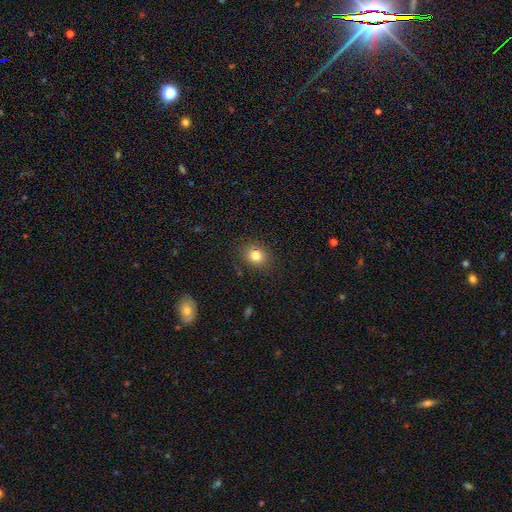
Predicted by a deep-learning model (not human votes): Smooth or featured?
  - smooth: 81% *
  - star or artifact: 12%
  - featured or disk: 7%
How rounded?
  - round: 66% *
  - in between: 33%
  - cigar-shaped: 1%
Merging?
  - none: 87% *
  - minor disturbance: 9%
  - major disturbance: 3%
  - merger: 1%